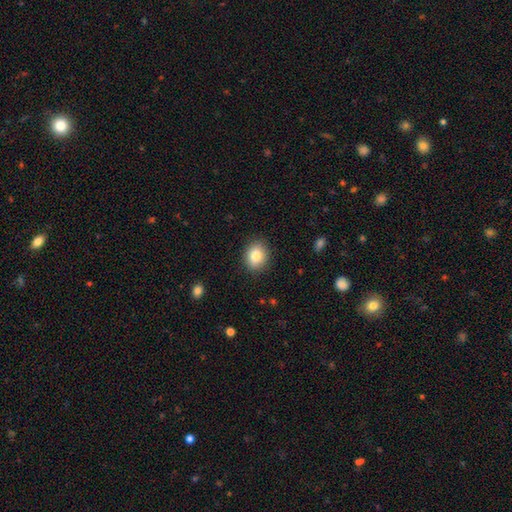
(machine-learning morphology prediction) Q: Smooth or featured?
A: smooth (83%); runner-up: star or artifact (9%)
Q: How rounded?
A: round (52%); runner-up: in between (47%)
Q: Merging?
A: none (88%); runner-up: minor disturbance (8%)